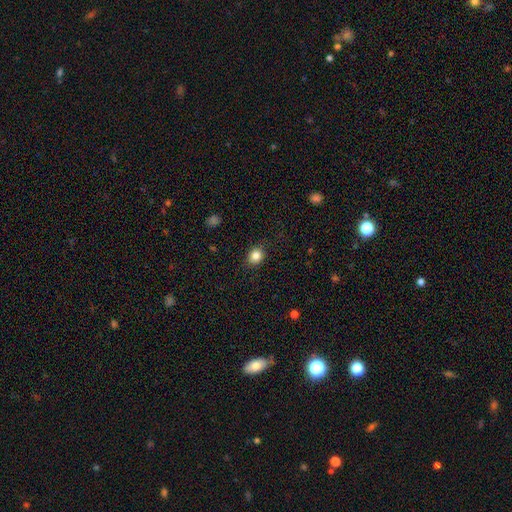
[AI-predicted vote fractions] smooth-or-featured: smooth: 84% | star or artifact: 10% | featured or disk: 5%
  how-rounded: round: 63% | in between: 36% | cigar-shaped: 1%
  merging: none: 87% | minor disturbance: 10% | major disturbance: 3% | merger: 1%